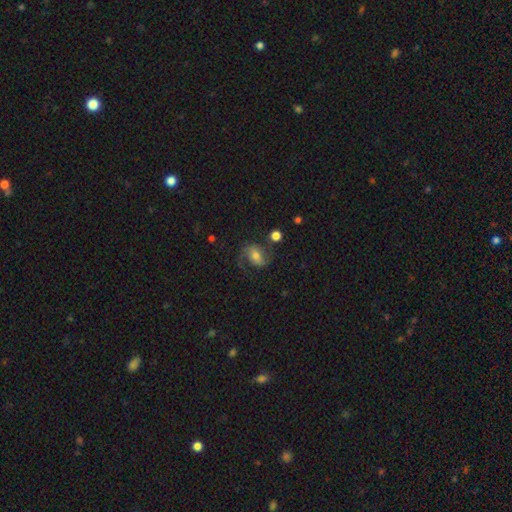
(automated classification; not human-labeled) Morphology: type=featured or disk (67%); edge-on=no (97%); bar=weak (41%); spiral arms=yes (92%); winding=medium (45%); arm count=2 (79%); bulge=moderate (56%); merging=none (60%).